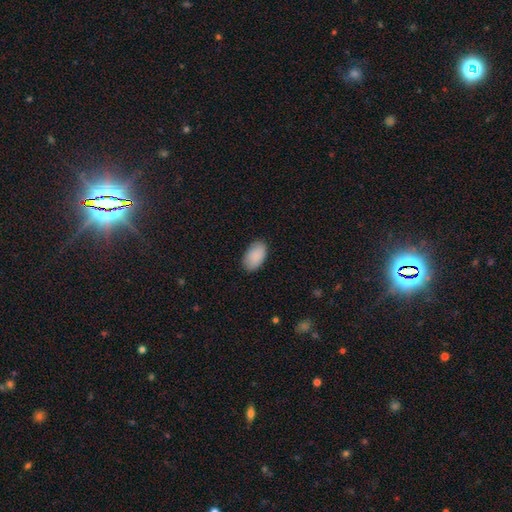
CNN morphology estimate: A smooth galaxy with no disk features (91%) that is in between round and cigar-shaped (95%).

Vote fractions:
- Smooth or featured? smooth: 91% / star or artifact: 6% / featured or disk: 3%
- How rounded? in between: 95% / round: 4% / cigar-shaped: 1%
- Merging? none: 86% / minor disturbance: 10% / major disturbance: 2% / merger: 1%